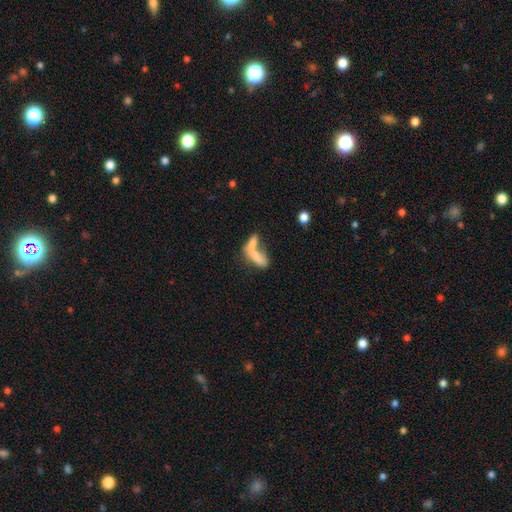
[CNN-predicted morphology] smooth-or-featured: smooth: 66% | featured or disk: 24% | star or artifact: 10%
  how-rounded: in between: 48% (tied) | cigar-shaped: 48% (tied) | round: 4%
  merging: merger: 58% | none: 21% | major disturbance: 12% | minor disturbance: 9%